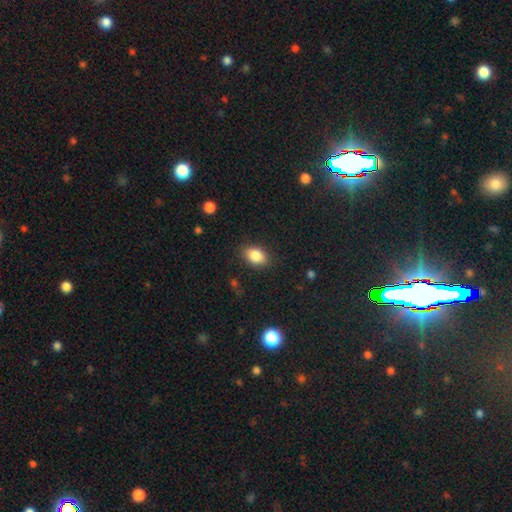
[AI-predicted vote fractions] smooth-or-featured: smooth: 85% | star or artifact: 8% | featured or disk: 6%
  how-rounded: in between: 84% | round: 14% | cigar-shaped: 2%
  merging: none: 85% | minor disturbance: 11% | major disturbance: 3% | merger: 1%